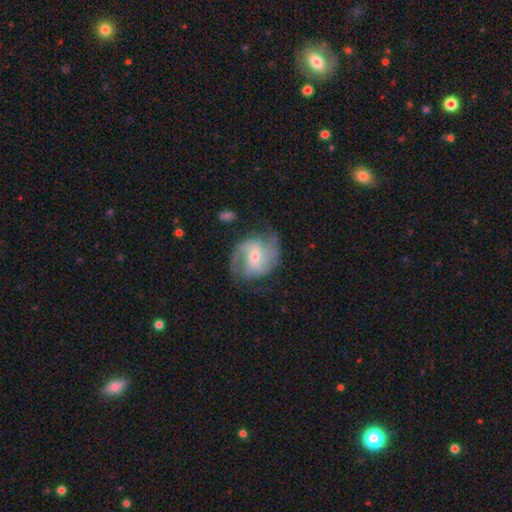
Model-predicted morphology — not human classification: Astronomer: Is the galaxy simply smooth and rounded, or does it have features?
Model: featured or disk — 85%.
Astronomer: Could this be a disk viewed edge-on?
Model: no — 98%.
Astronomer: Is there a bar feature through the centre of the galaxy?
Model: weak — 43% (runner-up: no, 39%).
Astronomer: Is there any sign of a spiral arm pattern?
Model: yes — 96%.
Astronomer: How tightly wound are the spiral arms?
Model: medium — 51% (runner-up: tight, 27%).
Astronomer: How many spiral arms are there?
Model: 2 — 70%.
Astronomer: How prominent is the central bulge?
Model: small — 57% (runner-up: moderate, 39%).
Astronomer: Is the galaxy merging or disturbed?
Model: none — 71%.